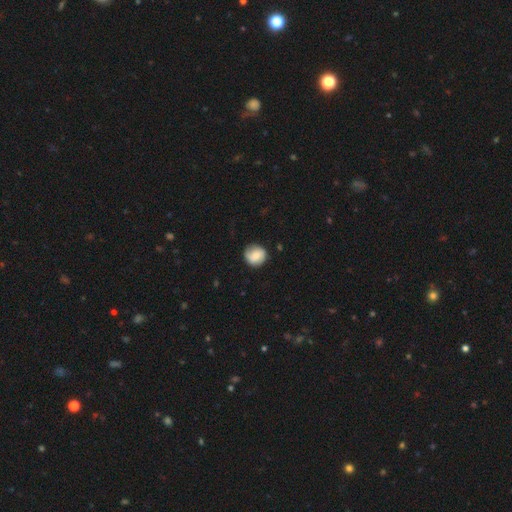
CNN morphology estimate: Smooth or featured? Predicted: smooth (p=0.72). How rounded? Predicted: round (p=0.88). Merging? Predicted: none (p=0.78).